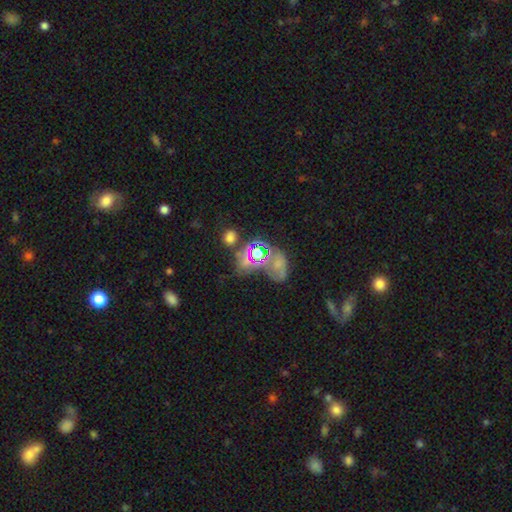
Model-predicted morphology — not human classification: smooth_or_featured: star or artifact (p=0.51) [alt: smooth p=0.33]